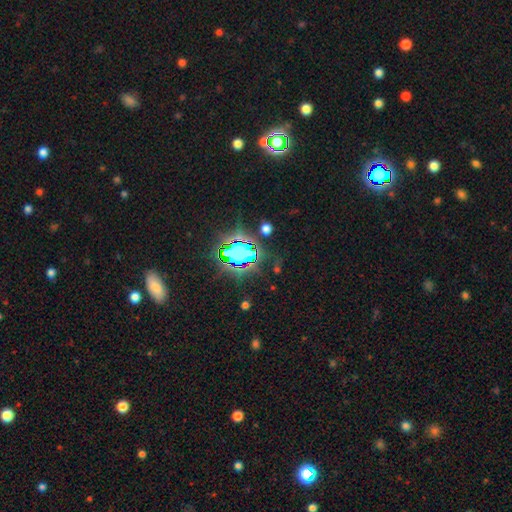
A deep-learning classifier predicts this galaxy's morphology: smooth-or-featured: star or artifact: 79% | smooth: 13% | featured or disk: 8%